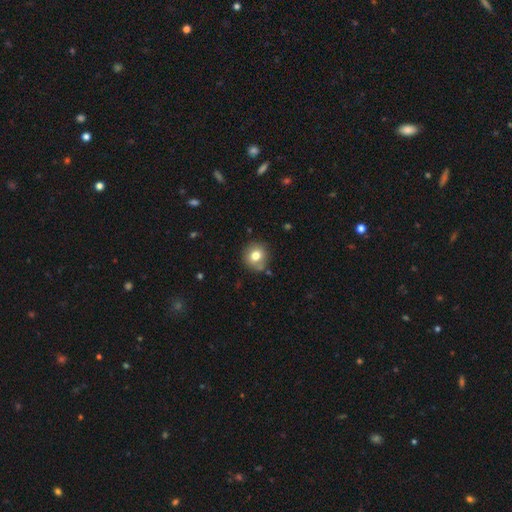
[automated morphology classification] The model was most divided on "merging": none: 78%, minor disturbance: 14%, merger: 4%, major disturbance: 3%. More confident: how rounded — round (87%); smooth or featured — smooth (77%).